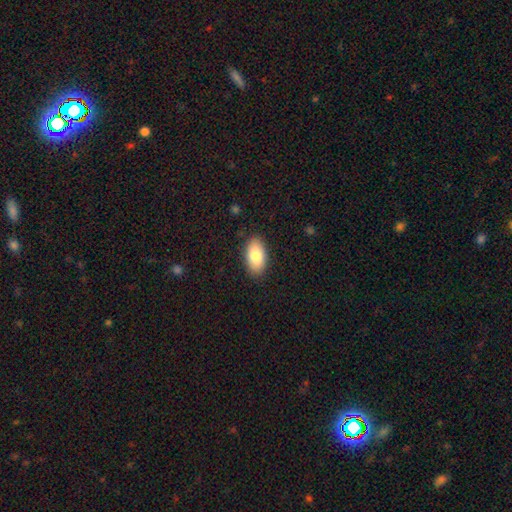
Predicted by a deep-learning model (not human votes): Morphology: type=smooth (83%); roundness=in between (94%); merging=none (88%).